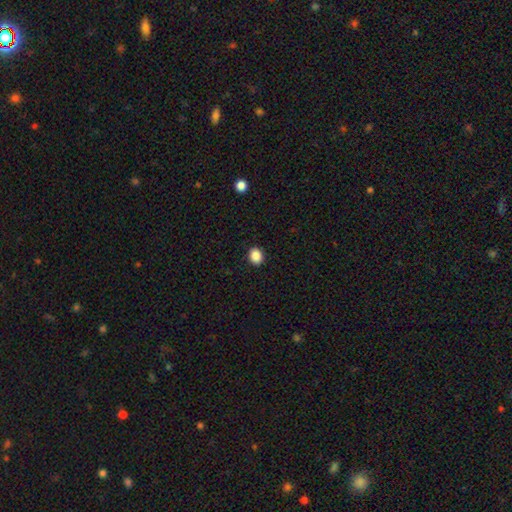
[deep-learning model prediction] The model was most divided on "how rounded": round: 56%, in between: 43%, cigar-shaped: 1%. More confident: merging — none (91%); smooth or featured — smooth (88%).